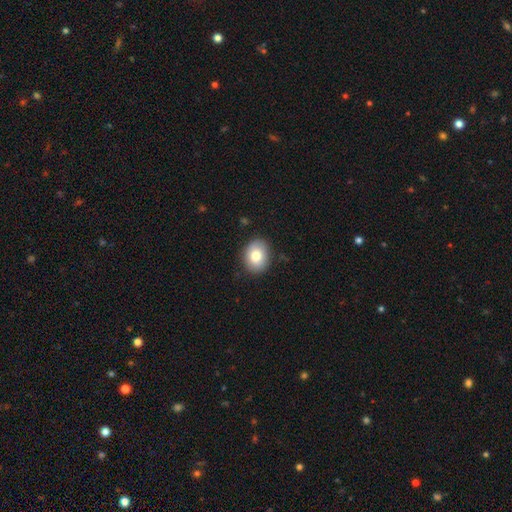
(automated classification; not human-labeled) Overall: smooth (79%). How rounded: in between (54%; round 45%). Merging: none (85%).